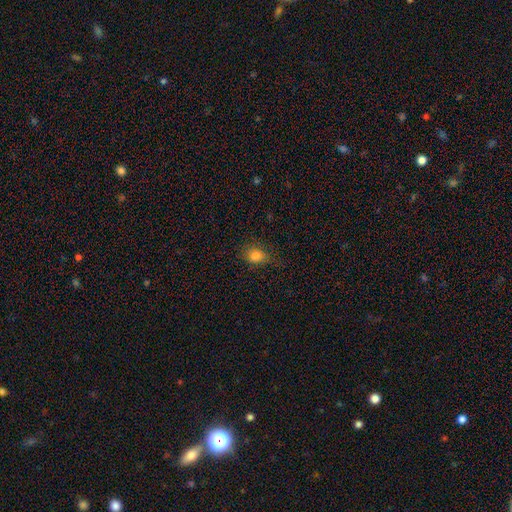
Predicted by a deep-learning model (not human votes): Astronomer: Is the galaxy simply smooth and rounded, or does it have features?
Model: smooth — 80%.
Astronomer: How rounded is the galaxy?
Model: in between — 54% (runner-up: round, 45%).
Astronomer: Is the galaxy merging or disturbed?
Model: none — 78%.